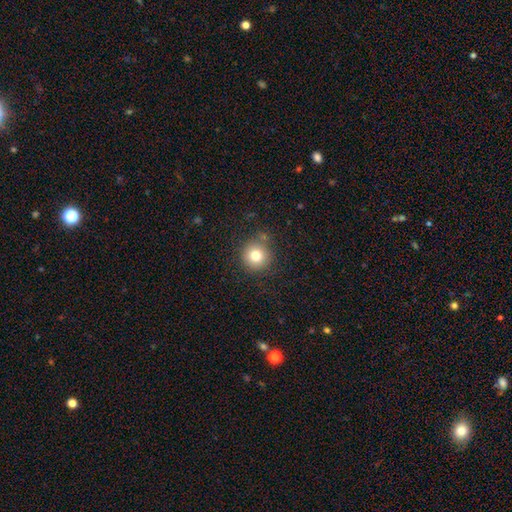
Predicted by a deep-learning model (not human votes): A smooth galaxy with no disk features (78%) that is round (94%). Merging: none (82%).